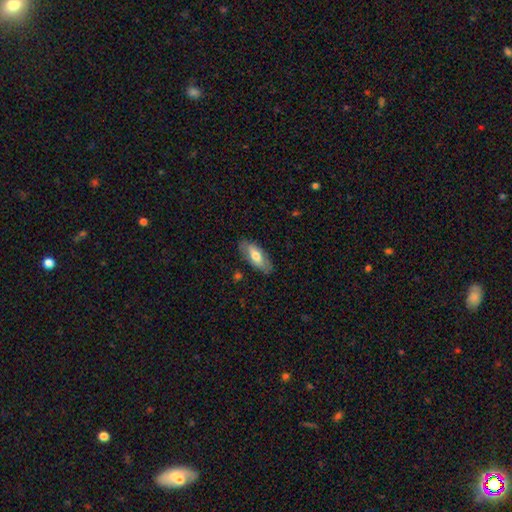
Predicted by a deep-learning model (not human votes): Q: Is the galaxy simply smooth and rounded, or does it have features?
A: smooth — 62%.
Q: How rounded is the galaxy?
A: in between — 77%.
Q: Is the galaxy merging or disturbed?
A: none — 83%.